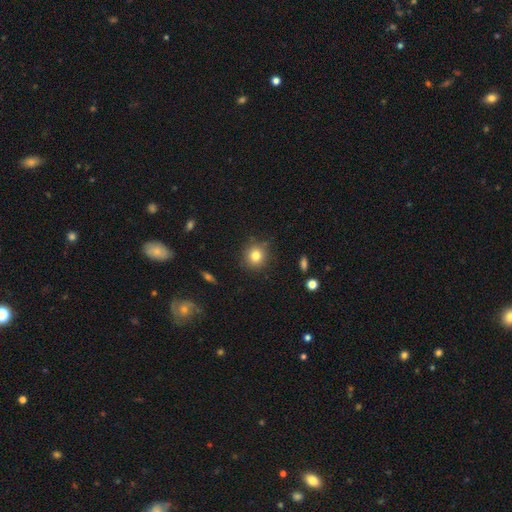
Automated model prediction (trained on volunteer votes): Overall: smooth (80%). How rounded: round (89%). Merging: none (87%).